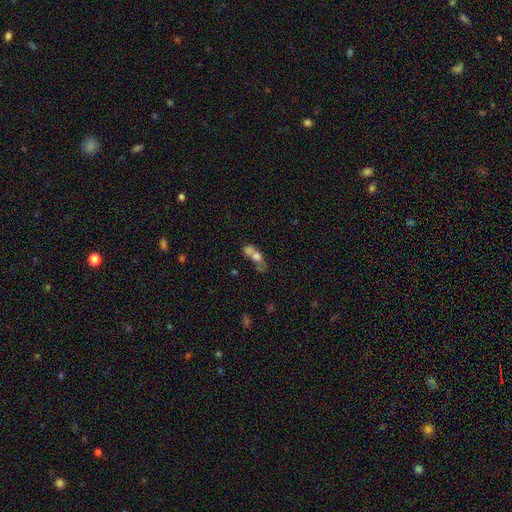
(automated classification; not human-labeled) This is likely a smooth galaxy (61%). How rounded: possibly in between (54%). Merging: likely merger (63%).